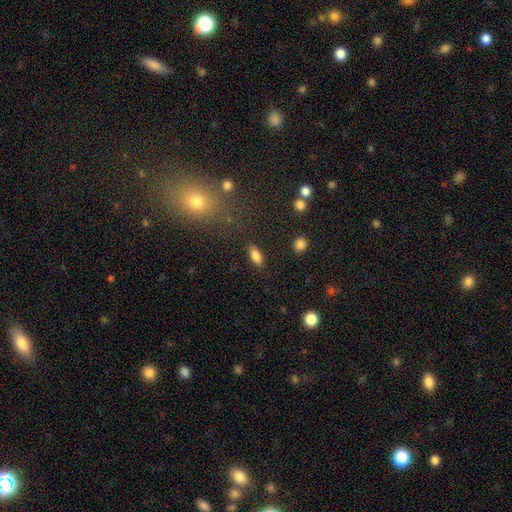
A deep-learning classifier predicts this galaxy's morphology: This is clearly a smooth galaxy (84%). How rounded: clearly in between (83%). Merging: clearly none (86%).